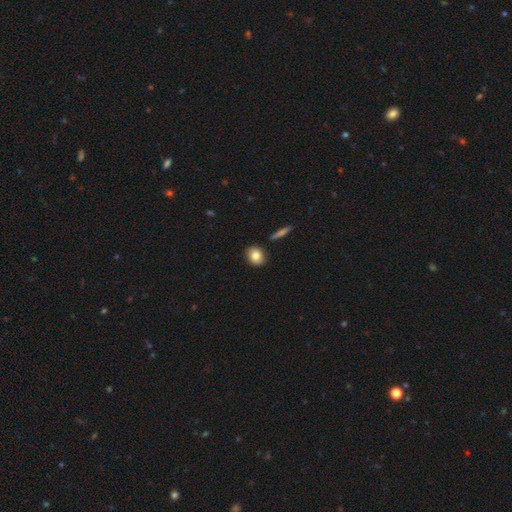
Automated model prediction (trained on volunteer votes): Overall: smooth (84%). How rounded: round (62%; in between 36%). Merging: none (87%).